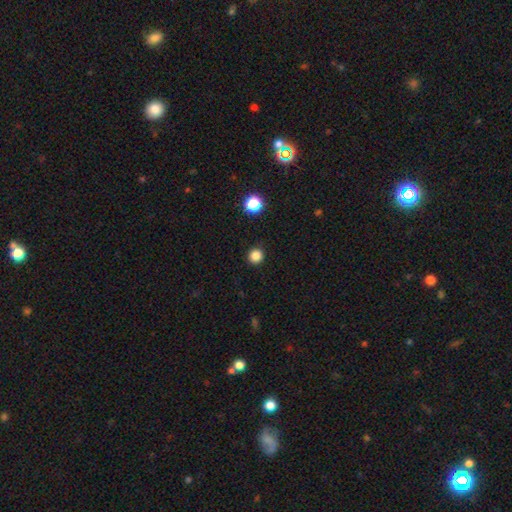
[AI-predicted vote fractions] smooth 84%, star or artifact 13%, featured or disk 3%. Down the decision tree: how rounded — round (94%); merging — none (92%).